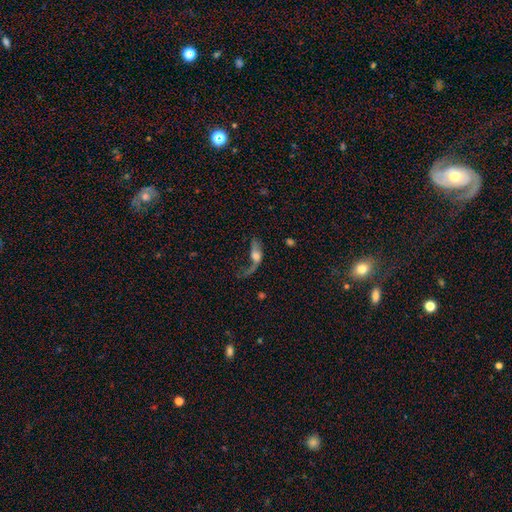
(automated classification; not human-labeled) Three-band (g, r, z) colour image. It shows a featured or disk galaxy (49%). Merging: major disturbance (57%).